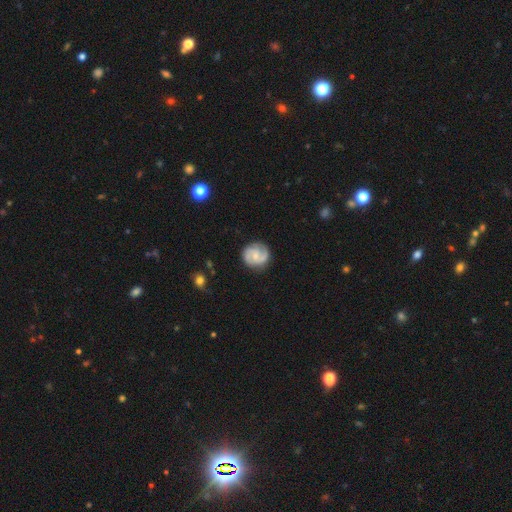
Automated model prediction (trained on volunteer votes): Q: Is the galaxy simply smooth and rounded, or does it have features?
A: featured or disk — 76%.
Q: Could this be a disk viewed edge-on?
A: no — 98%.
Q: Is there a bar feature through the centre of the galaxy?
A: no — 51%.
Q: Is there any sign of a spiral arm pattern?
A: yes — 95%.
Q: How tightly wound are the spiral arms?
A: medium — 46%.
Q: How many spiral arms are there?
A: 2 — 84%.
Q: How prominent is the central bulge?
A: small — 58%.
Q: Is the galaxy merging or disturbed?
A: none — 81%.